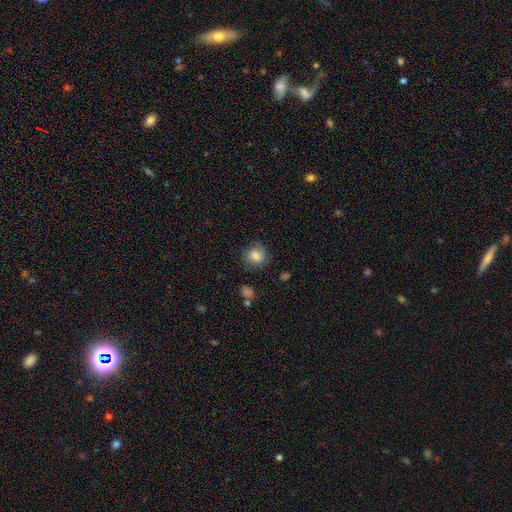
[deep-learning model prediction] Smooth or featured: smooth — 76% (featured or disk — 15%)
How rounded: round — 70% (in between — 29%)
Merging: none — 71% (minor disturbance — 20%)